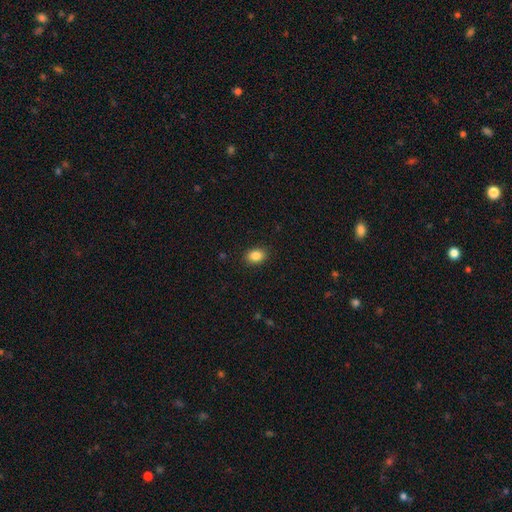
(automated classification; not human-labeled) The model was most divided on "how rounded": in between: 71%, round: 28%, cigar-shaped: 1%. More confident: merging — none (89%); smooth or featured — smooth (86%).